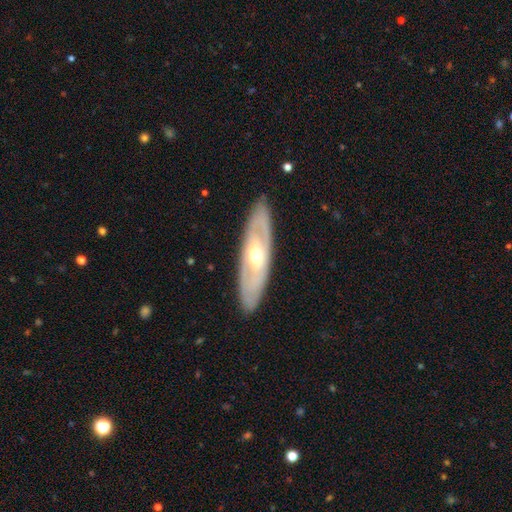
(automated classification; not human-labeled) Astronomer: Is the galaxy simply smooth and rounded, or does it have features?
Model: featured or disk — 70%.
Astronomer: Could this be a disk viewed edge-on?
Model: no — 71%.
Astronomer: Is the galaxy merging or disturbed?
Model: none — 87%.